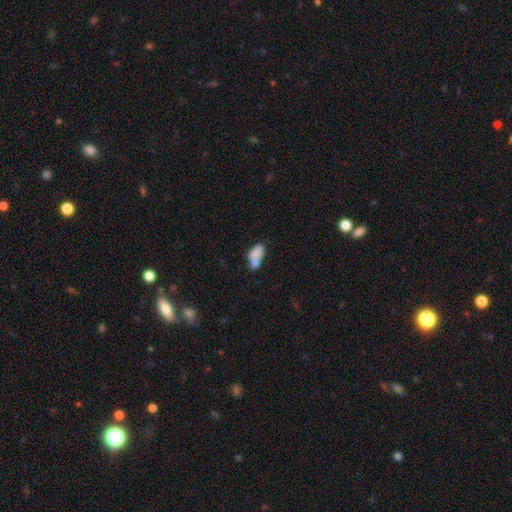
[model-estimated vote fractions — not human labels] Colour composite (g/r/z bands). It shows a smooth galaxy with no disk features (73%) that is in between round and cigar-shaped (88%). Merging: merger (43%).